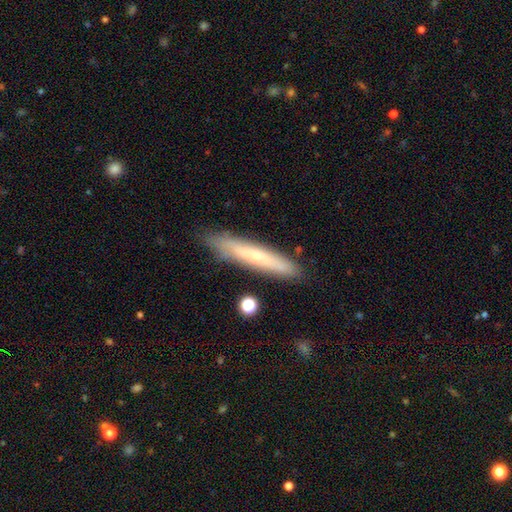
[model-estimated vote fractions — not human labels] Smooth or featured?
  - smooth: 53% *
  - featured or disk: 40%
  - star or artifact: 7%
How rounded?
  - cigar-shaped: 92% *
  - in between: 7%
  - round: 1%
Merging?
  - none: 83% *
  - minor disturbance: 13%
  - major disturbance: 2%
  - merger: 2%